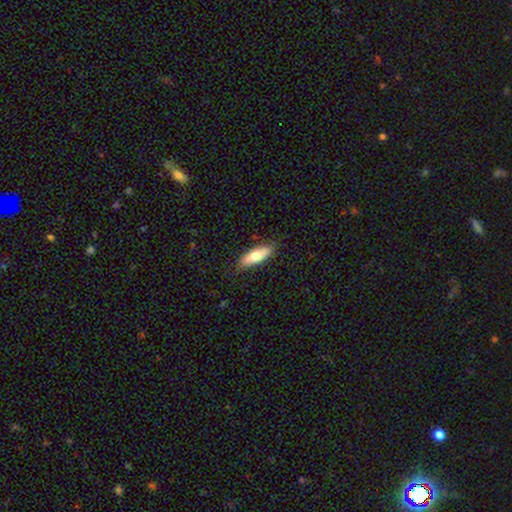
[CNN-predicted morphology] smooth 71%, featured or disk 23%, star or artifact 6%. Down the decision tree: how rounded — in between (58%); merging — none (84%).